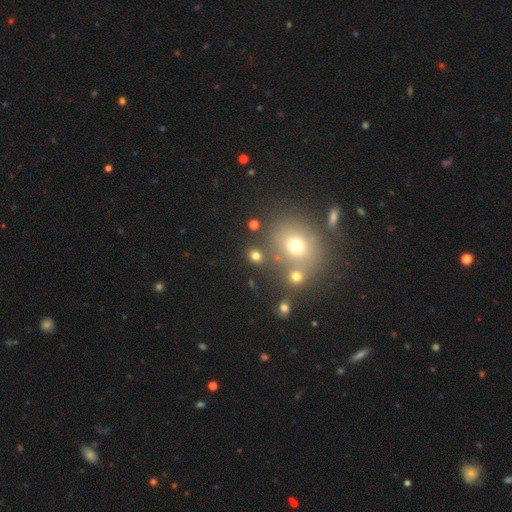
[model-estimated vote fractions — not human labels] Q: Smooth or featured?
A: smooth (71%); runner-up: star or artifact (20%)
Q: How rounded?
A: round (58%); runner-up: in between (40%)
Q: Merging?
A: none (72%); runner-up: merger (14%)